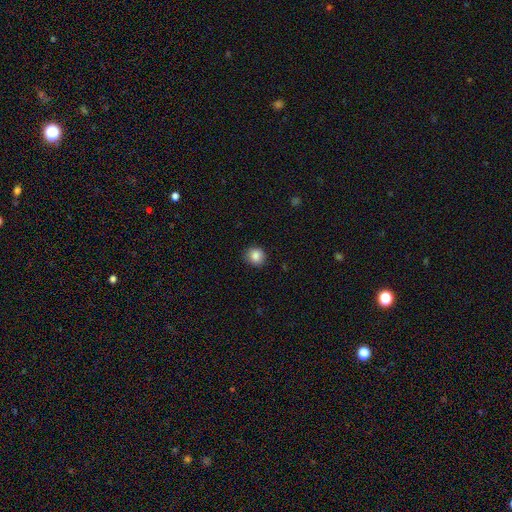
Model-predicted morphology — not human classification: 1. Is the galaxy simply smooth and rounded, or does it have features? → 86% smooth, 10% star or artifact, 4% featured or disk.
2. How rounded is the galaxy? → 84% round, 15% in between, 1% cigar-shaped.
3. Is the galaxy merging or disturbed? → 86% none, 10% minor disturbance, 2% major disturbance, 1% merger.